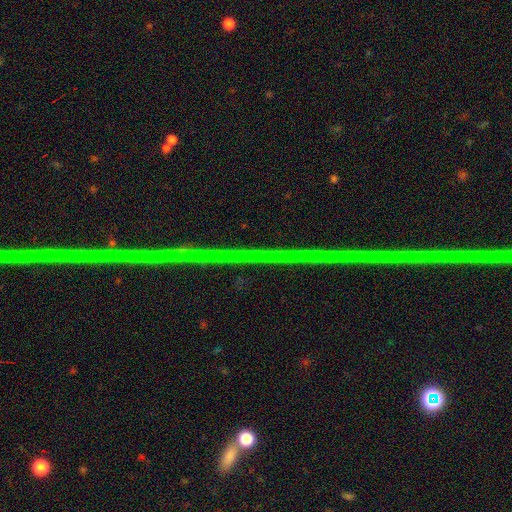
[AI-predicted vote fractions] smooth-or-featured: star or artifact: 86% | featured or disk: 9% | smooth: 4%